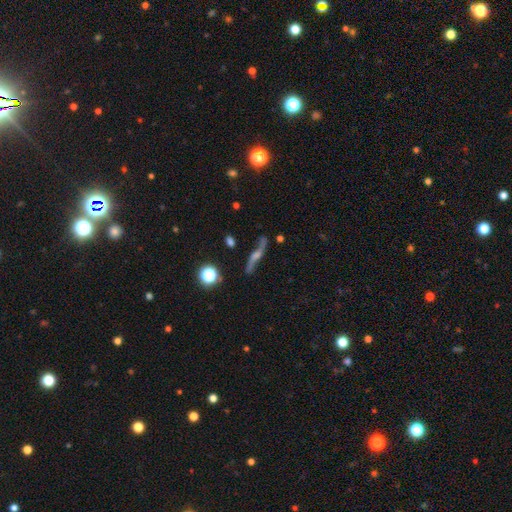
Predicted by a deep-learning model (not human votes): featured or disk 77%, smooth 13%, star or artifact 10%. Down the decision tree: edge-on disk — no (51%); merging — none (78%).